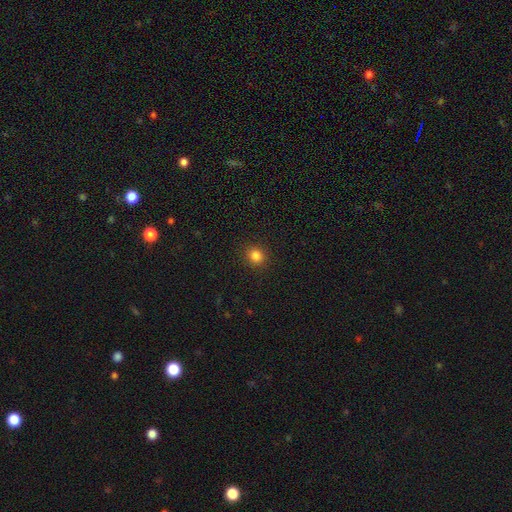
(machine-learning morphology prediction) The model was most divided on "smooth or featured": smooth: 84%, star or artifact: 12%, featured or disk: 4%. More confident: merging — none (91%); how rounded — round (85%).